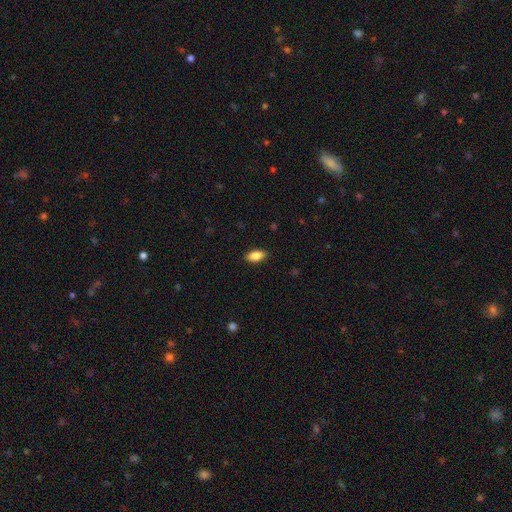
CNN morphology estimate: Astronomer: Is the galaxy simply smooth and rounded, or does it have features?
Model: smooth — 88%.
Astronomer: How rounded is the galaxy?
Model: in between — 91%.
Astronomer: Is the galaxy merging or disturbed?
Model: none — 88%.